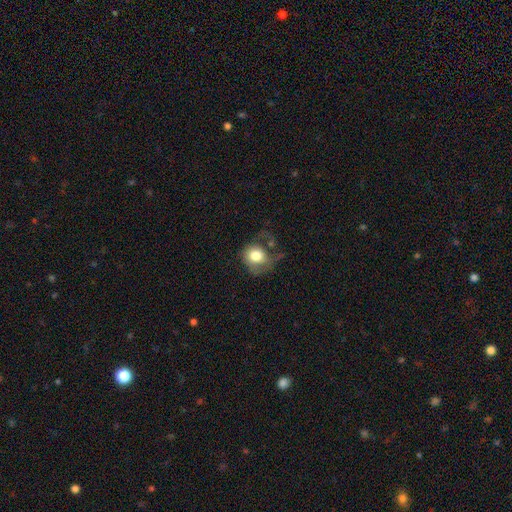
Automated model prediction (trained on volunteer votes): Overall: smooth (69%). How rounded: round (72%). Merging: major disturbance (41%; none 29%).